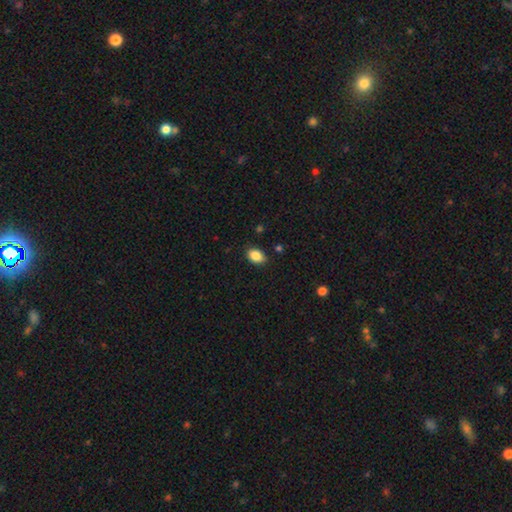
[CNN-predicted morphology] type=smooth (87%); roundness=in between (83%); merging=none (86%).